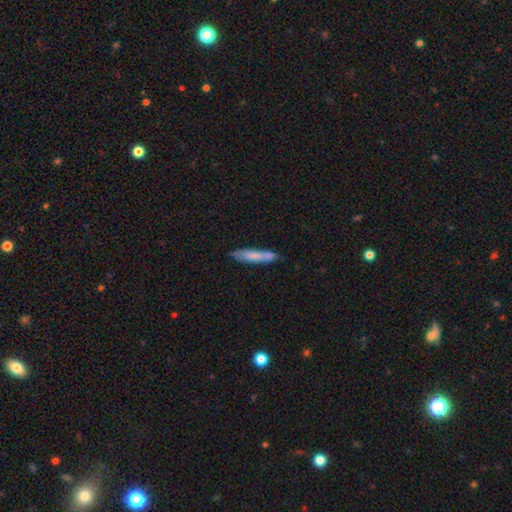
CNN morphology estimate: Smooth or featured? Predicted: smooth (p=0.70). How rounded? Predicted: cigar-shaped (p=0.87). Merging? Predicted: none (p=0.73).